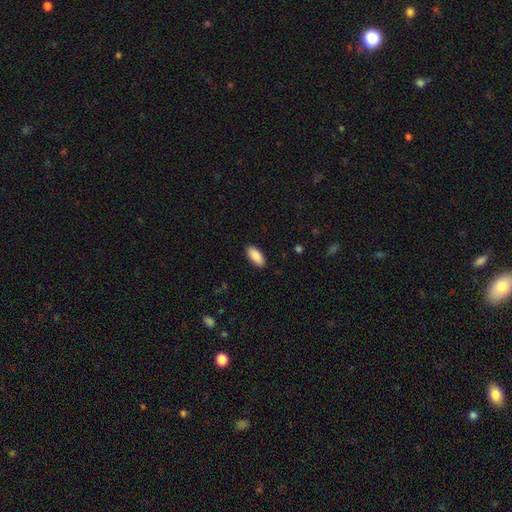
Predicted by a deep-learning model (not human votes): This appears to be a smooth galaxy with no disk features (89%) that is in between round and cigar-shaped (87%). Merging: none (90%).